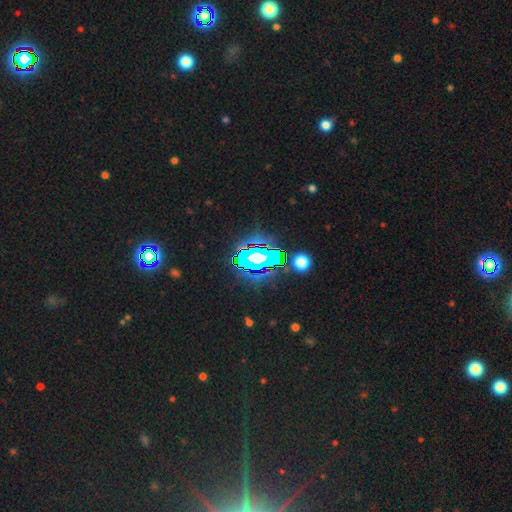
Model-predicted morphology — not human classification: Smooth or featured? Predicted: star or artifact (p=0.72).